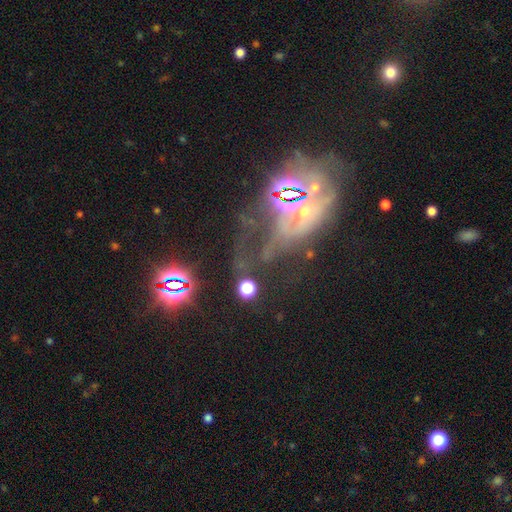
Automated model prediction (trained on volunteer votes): Smooth or featured: featured or disk — 45% (star or artifact — 41%)
Merging: none — 32% (major disturbance — 30%)